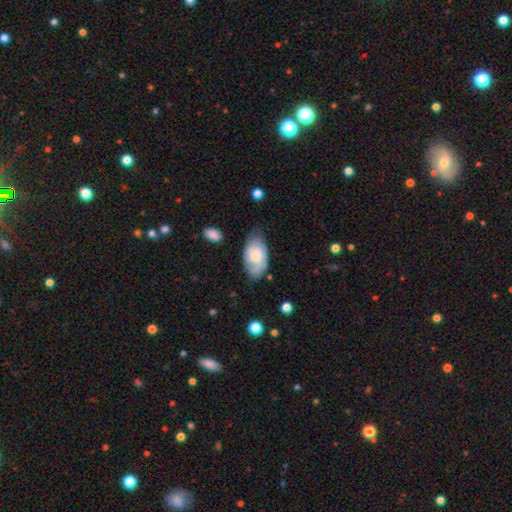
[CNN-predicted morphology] Q: Smooth or featured?
A: smooth (57%); runner-up: featured or disk (36%)
Q: How rounded?
A: in between (94%); runner-up: round (4%)
Q: Merging?
A: none (61%); runner-up: minor disturbance (29%)